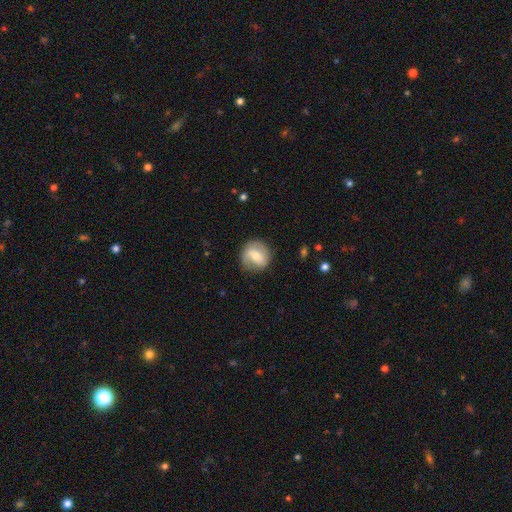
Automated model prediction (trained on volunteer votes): A featured or disk galaxy (54%) with a weak bar (43%), spiral arms (78%) and a moderate central bulge (52%).

Vote fractions:
- Smooth or featured? featured or disk: 54% / smooth: 39% / star or artifact: 7%
- Edge-on disk? no: 96% / yes: 4%
- Bar? weak: 43% / strong: 29% / no: 28%
- Spiral arms? yes: 78% / no: 22%
- Bulge size? moderate: 52% / small: 41% / large: 4% / none: 2% / dominant: 1%
- Merging? none: 81% / minor disturbance: 13% / major disturbance: 5% / merger: 1%